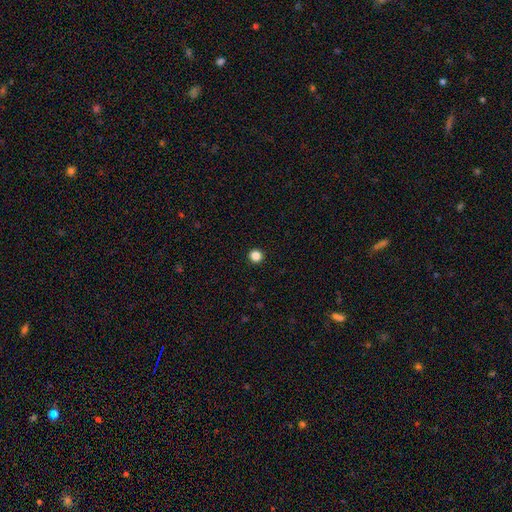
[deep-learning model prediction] smooth_or_featured: smooth (p=0.86) [alt: star or artifact p=0.12]
how_rounded: round (p=0.95) [alt: in between p=0.04]
merging: none (p=0.94) [alt: minor disturbance p=0.04]